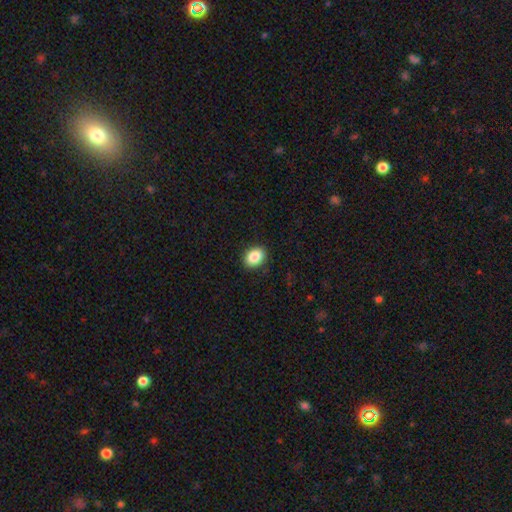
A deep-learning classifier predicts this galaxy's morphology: type=smooth (88%); roundness=in between (68%); merging=none (90%).